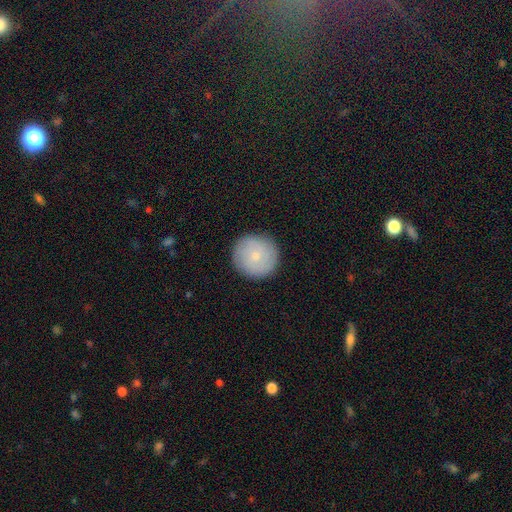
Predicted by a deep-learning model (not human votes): smooth-or-featured: smooth: 69% | featured or disk: 24% | star or artifact: 7%
  how-rounded: round: 95% | in between: 4% | cigar-shaped: 1%
  merging: none: 90% | minor disturbance: 7% | major disturbance: 2% | merger: 1%